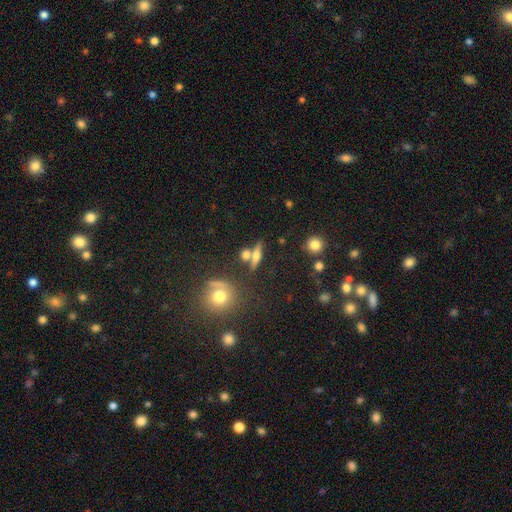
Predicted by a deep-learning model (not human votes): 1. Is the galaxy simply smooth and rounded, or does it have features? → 46% featured or disk, 40% smooth, 14% star or artifact.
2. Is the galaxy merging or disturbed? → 65% none, 18% merger, 11% minor disturbance, 5% major disturbance.